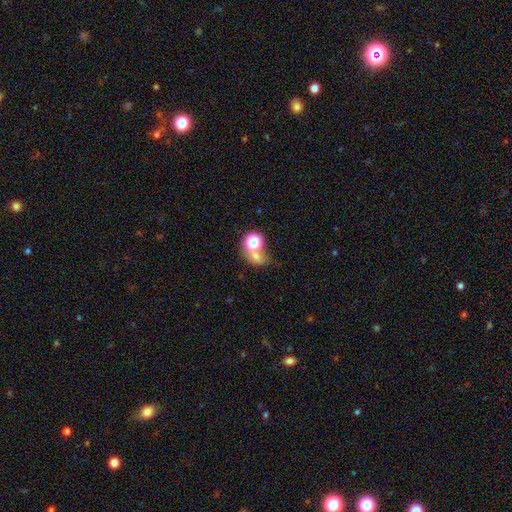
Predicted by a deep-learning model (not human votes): Overall: smooth (63%; star or artifact 24%). How rounded: round (60%; in between 38%). Merging: merger (41%; none 39%).